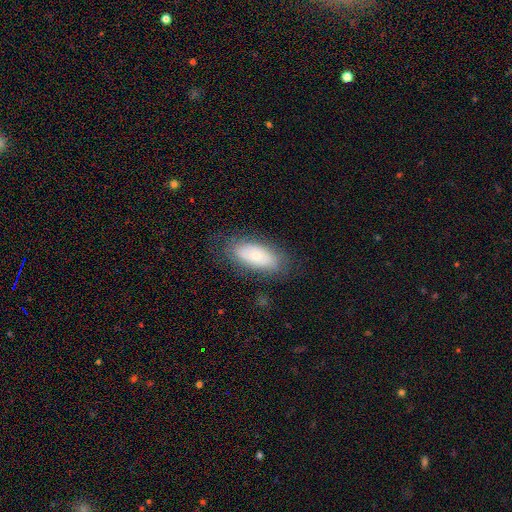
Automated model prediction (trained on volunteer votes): Overall: smooth (58%; featured or disk 34%). How rounded: in between (86%). Merging: none (76%).